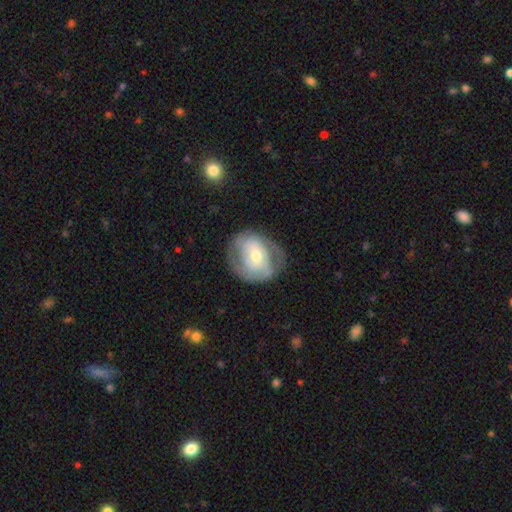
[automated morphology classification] A featured or disk galaxy (70%) with no bar (54%), 2 (57%) tight (52%) spiral arms (76%) and a moderate central bulge (54%).

Vote fractions:
- Smooth or featured? featured or disk: 70% / smooth: 25% / star or artifact: 5%
- Edge-on disk? no: 97% / yes: 3%
- Bar? no: 54% / weak: 33% / strong: 13%
- Spiral arms? yes: 76% / no: 24%
- Spiral winding? tight: 52% / medium: 35% / loose: 13%
- Spiral arm count? 2: 57% / can't tell: 27% / 3: 7% / 1: 5% / 4: 2% / more than 4: 2%
- Bulge size? moderate: 54% / small: 38% / large: 5% / none: 1% / dominant: 1%
- Merging? none: 70% / minor disturbance: 19% / major disturbance: 10% / merger: 1%